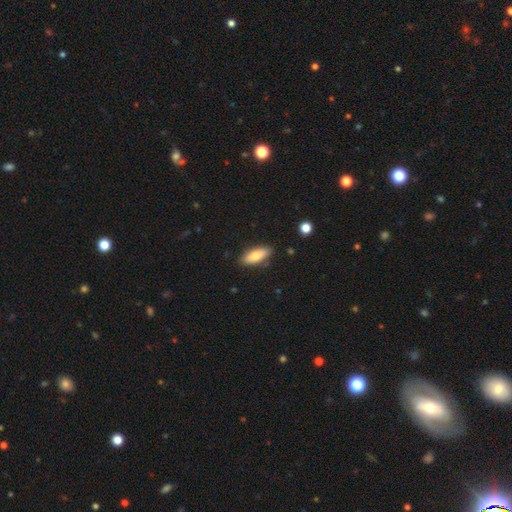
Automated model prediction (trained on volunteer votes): smooth_or_featured: smooth (p=0.77) [alt: featured or disk p=0.16]
how_rounded: in between (p=0.78) [alt: cigar-shaped p=0.20]
merging: none (p=0.84) [alt: minor disturbance p=0.12]